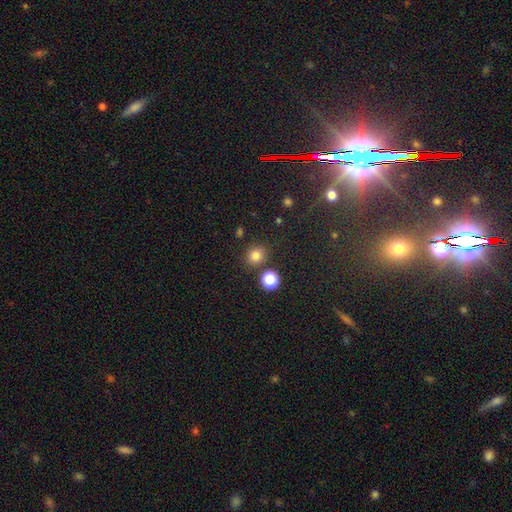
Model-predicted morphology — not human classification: smooth 80%, star or artifact 14%, featured or disk 5%. Down the decision tree: how rounded — round (79%); merging — none (80%).